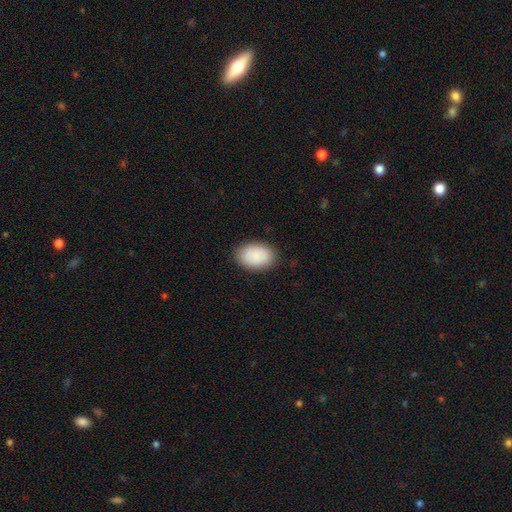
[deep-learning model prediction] The model was most divided on "merging": none: 87%, minor disturbance: 10%, major disturbance: 2%, merger: 1%. More confident: smooth or featured — smooth (89%); how rounded — in between (89%).